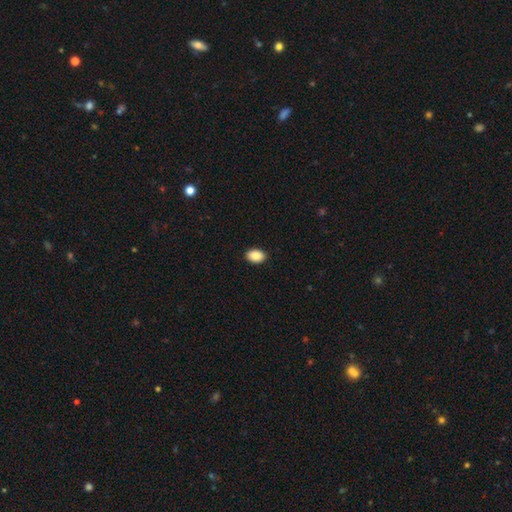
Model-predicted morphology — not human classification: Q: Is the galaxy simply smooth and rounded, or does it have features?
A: smooth — 89%.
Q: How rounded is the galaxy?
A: in between — 84%.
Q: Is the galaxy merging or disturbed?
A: none — 91%.